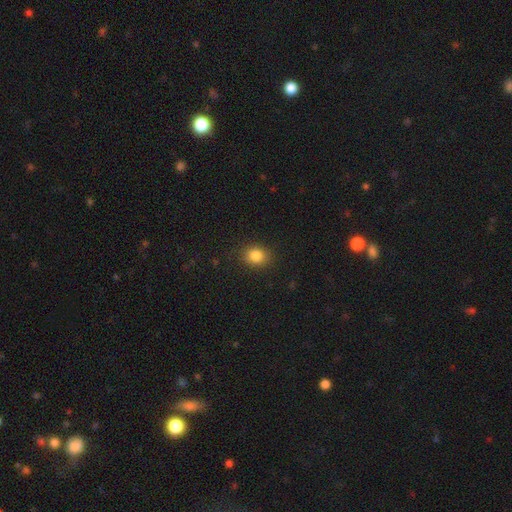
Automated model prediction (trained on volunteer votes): This is clearly a smooth galaxy (85%). How rounded: likely round (62%). Merging: clearly none (87%).